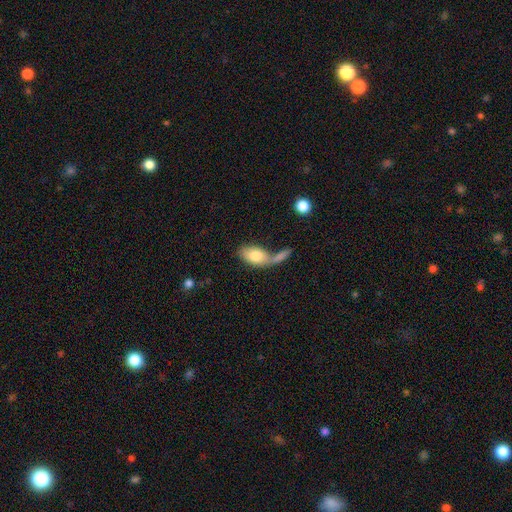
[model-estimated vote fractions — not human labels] Overall: smooth (75%). How rounded: in between (91%). Merging: merger (44%; none 31%).